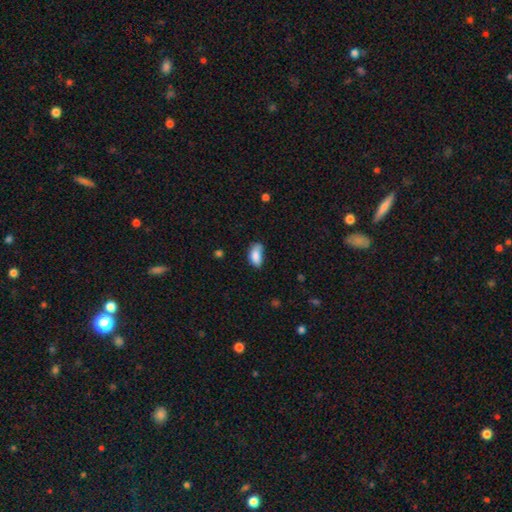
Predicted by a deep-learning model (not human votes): A smooth galaxy with no disk features (85%) that is in between round and cigar-shaped (92%). Merging: none (46%).